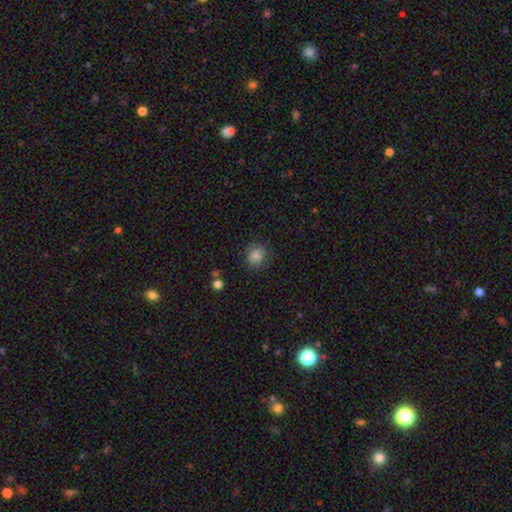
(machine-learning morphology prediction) smooth 82%, star or artifact 11%, featured or disk 6%. Down the decision tree: how rounded — round (82%); merging — none (82%).